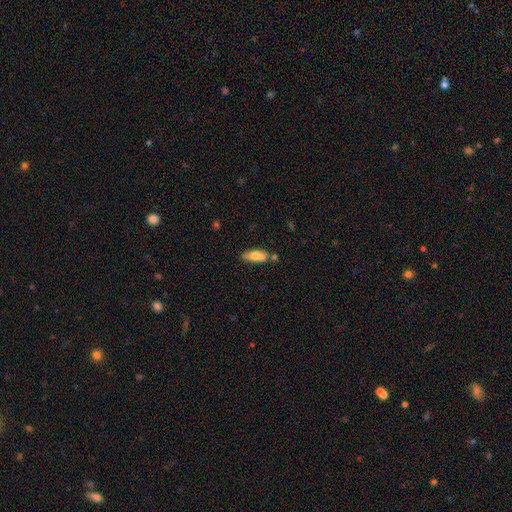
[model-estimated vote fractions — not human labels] Q: Smooth or featured?
A: smooth (68%); runner-up: featured or disk (26%)
Q: How rounded?
A: in between (67%); runner-up: cigar-shaped (31%)
Q: Merging?
A: none (66%); runner-up: minor disturbance (17%)